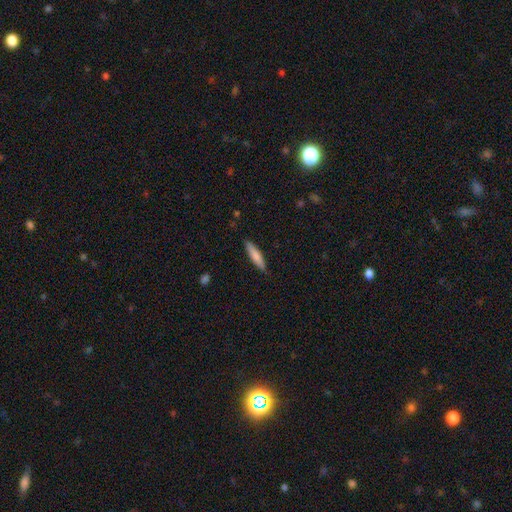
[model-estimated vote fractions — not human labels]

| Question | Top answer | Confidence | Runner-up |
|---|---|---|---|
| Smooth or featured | smooth | 72% | featured or disk (23%) |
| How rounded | cigar-shaped | 83% | in between (15%) |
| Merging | none | 88% | minor disturbance (9%) |